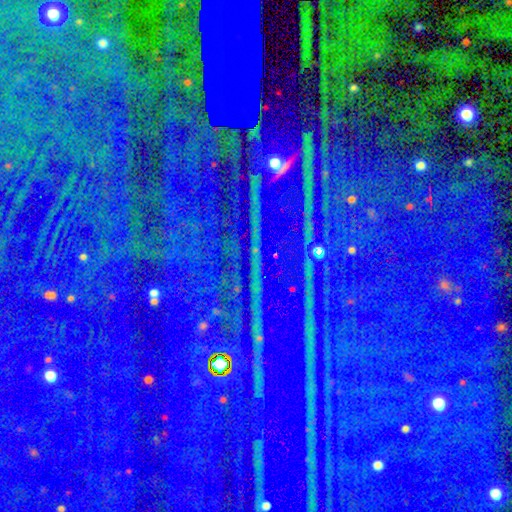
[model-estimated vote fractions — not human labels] This is clearly a star or artifact rather than a galaxy (85%).